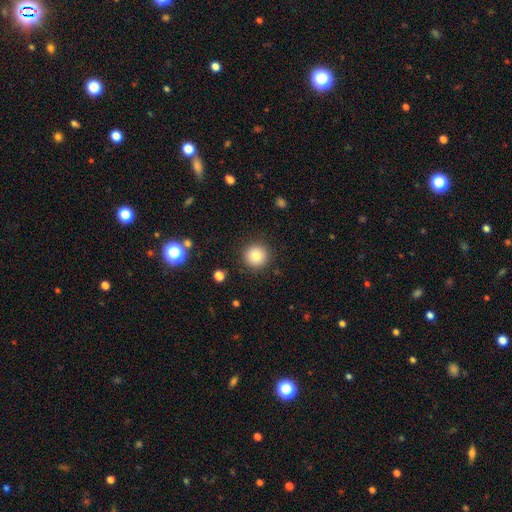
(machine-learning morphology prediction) This appears to be a smooth galaxy with no disk features (83%) that is round (95%). Merging: none (90%).